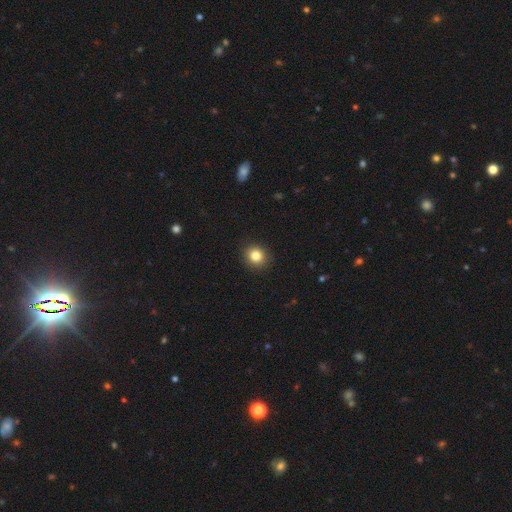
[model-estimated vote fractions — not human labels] Morphology: type=smooth (83%); roundness=round (80%); merging=none (91%).